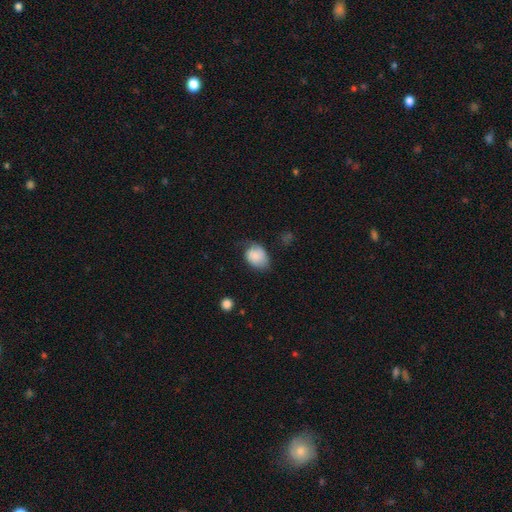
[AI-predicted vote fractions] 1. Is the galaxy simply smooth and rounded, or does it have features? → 82% smooth, 11% featured or disk, 7% star or artifact.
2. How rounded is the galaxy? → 67% in between, 32% round, 1% cigar-shaped.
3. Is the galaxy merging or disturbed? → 45% none, 37% minor disturbance, 16% major disturbance, 2% merger.